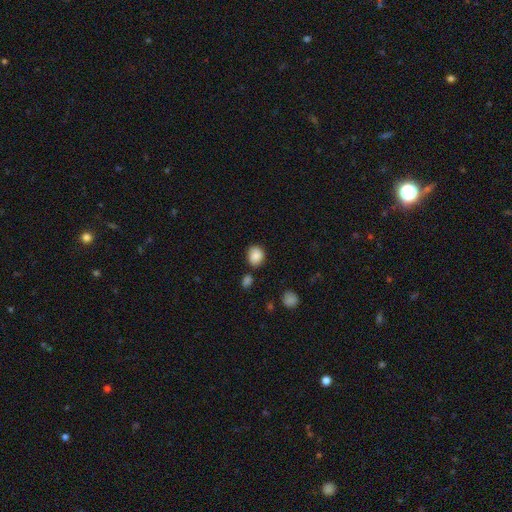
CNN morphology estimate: smooth-or-featured: smooth: 86% | star or artifact: 9% | featured or disk: 5%
  how-rounded: round: 59% | in between: 40% | cigar-shaped: 1%
  merging: none: 74% | minor disturbance: 16% | merger: 7% | major disturbance: 4%